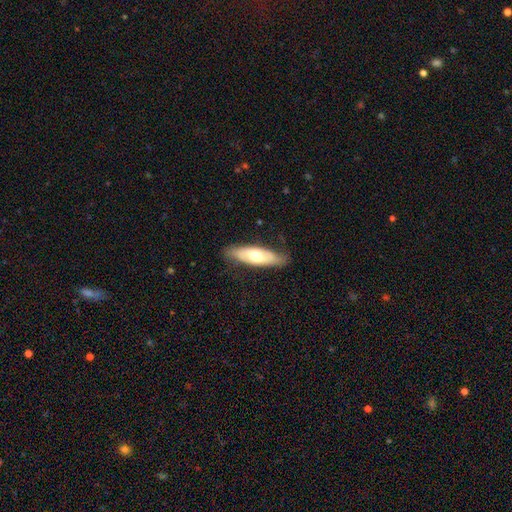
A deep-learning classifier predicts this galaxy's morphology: Overall: smooth (58%; featured or disk 37%). How rounded: in between (57%; cigar-shaped 42%). Merging: none (74%).